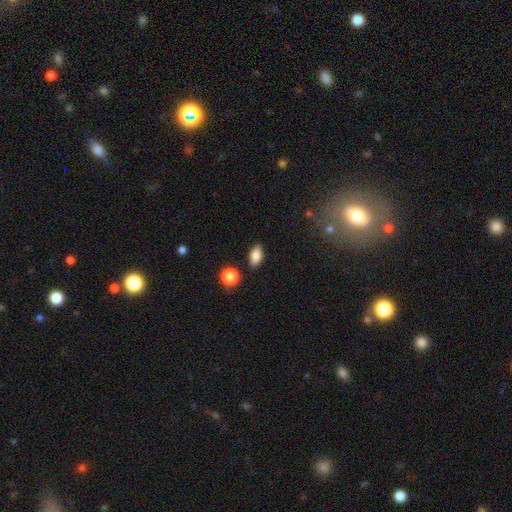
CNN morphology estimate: Smooth or featured? smooth (83%)
How rounded? in between (86%)
Merging? none (84%)